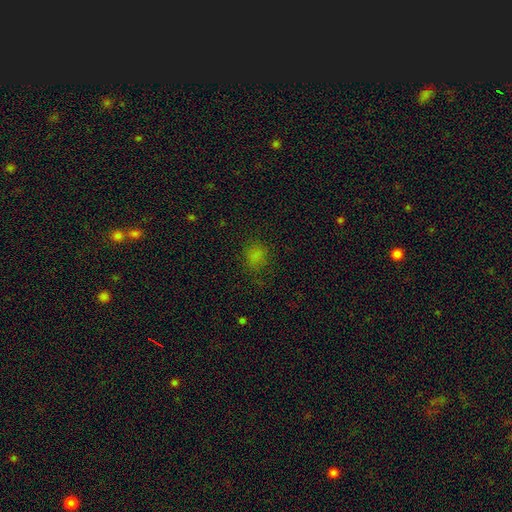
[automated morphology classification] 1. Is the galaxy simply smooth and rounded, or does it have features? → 72% smooth, 22% star or artifact, 6% featured or disk.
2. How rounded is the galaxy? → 66% round, 33% in between, 1% cigar-shaped.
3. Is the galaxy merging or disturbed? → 70% none, 18% minor disturbance, 9% major disturbance, 2% merger.